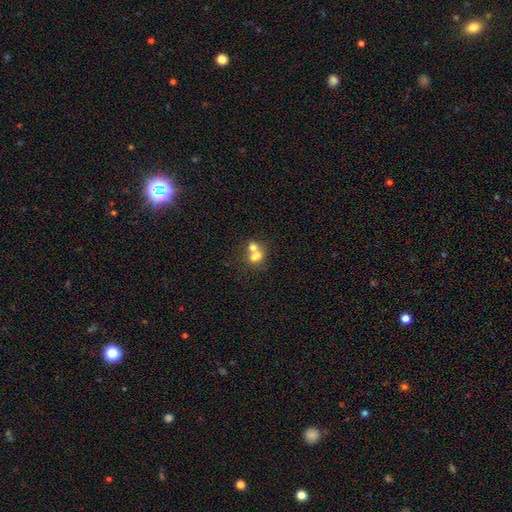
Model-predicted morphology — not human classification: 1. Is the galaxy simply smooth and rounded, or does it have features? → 66% smooth, 21% featured or disk, 13% star or artifact.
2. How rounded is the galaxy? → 55% round, 43% in between, 1% cigar-shaped.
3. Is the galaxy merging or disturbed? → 63% merger, 26% none, 6% minor disturbance, 4% major disturbance.